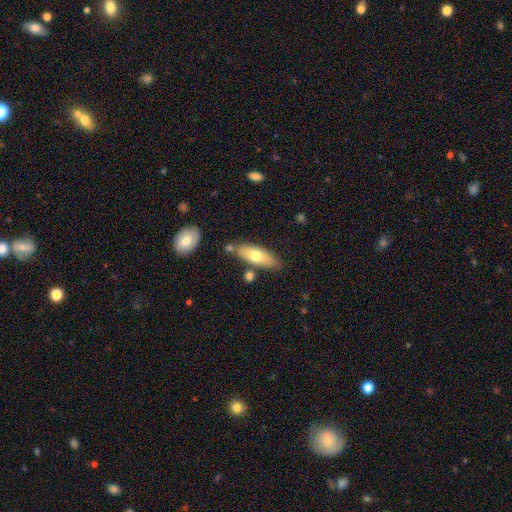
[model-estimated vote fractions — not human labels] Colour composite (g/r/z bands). It shows a smooth galaxy with no disk features (66%) that is in between round and cigar-shaped (61%). Merging: none (72%).